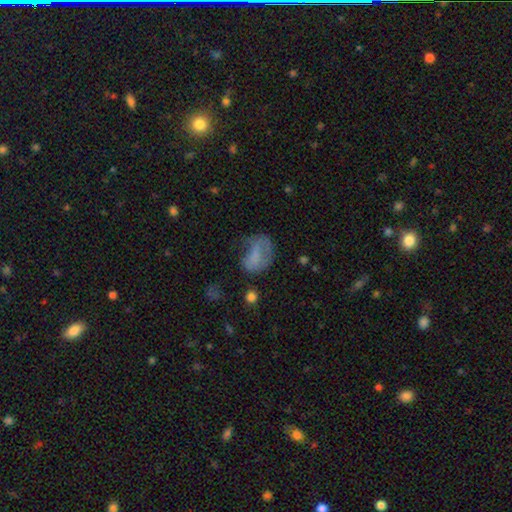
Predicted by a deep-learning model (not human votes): Smooth or featured? Predicted: smooth (p=0.63). How rounded? Predicted: in between (p=0.78). Merging? Predicted: major disturbance (p=0.34).